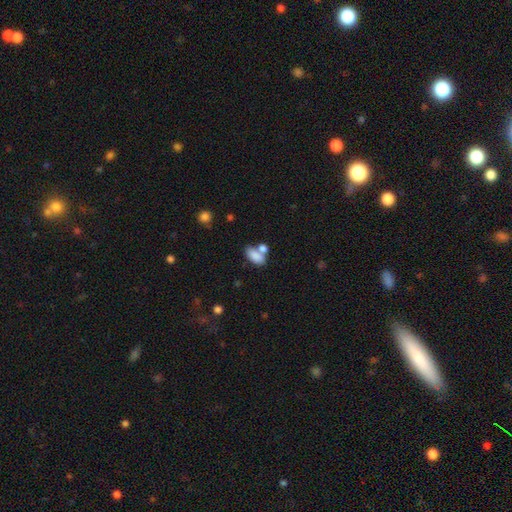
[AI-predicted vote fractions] smooth_or_featured: smooth (p=0.83) [alt: featured or disk p=0.09]
how_rounded: in between (p=0.89) [alt: cigar-shaped p=0.06]
merging: merger (p=0.42) [alt: none p=0.40]